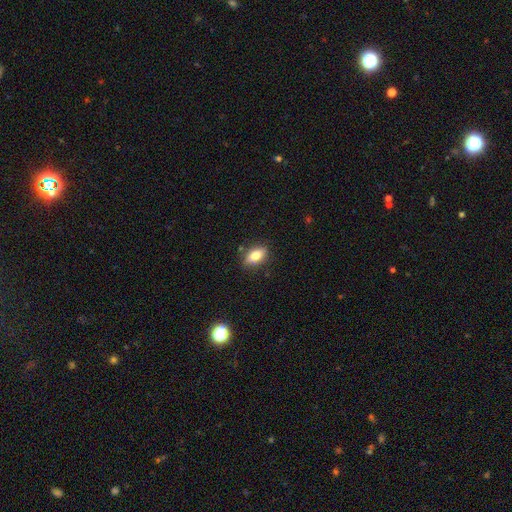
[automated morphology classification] This appears to be a smooth galaxy with no disk features (76%) that is in between round and cigar-shaped (83%). Merging: none (82%).